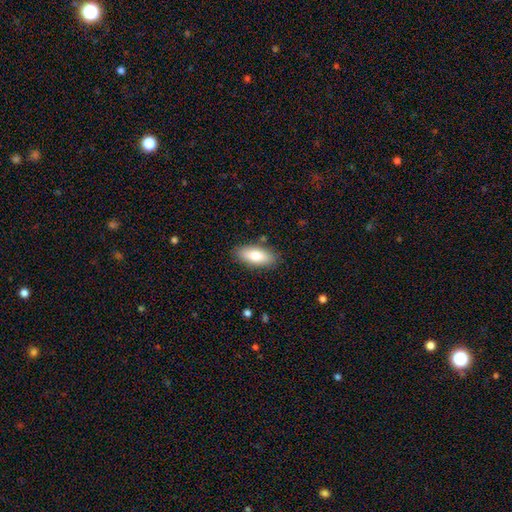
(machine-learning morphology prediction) The model was most divided on "how rounded": in between: 80%, cigar-shaped: 17%, round: 2%. More confident: merging — none (86%); smooth or featured — smooth (79%).